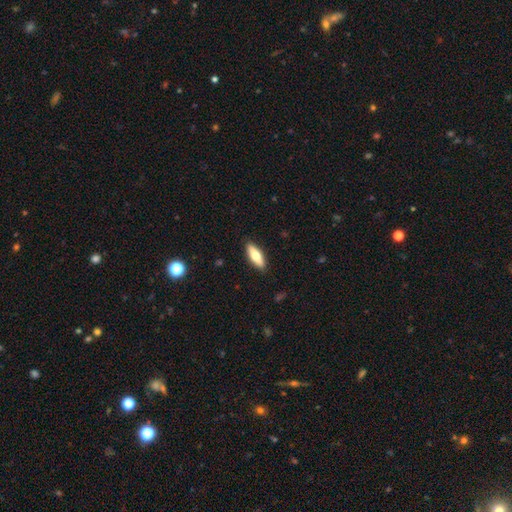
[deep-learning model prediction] Overall: smooth (66%; featured or disk 28%). How rounded: in between (60%; cigar-shaped 38%). Merging: none (90%).